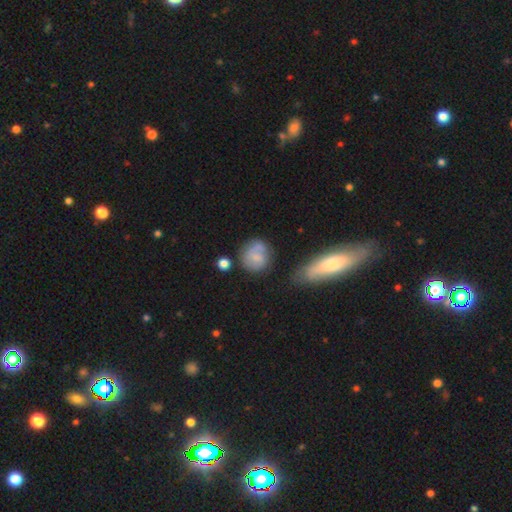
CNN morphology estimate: Smooth or featured? Predicted: smooth (p=0.65). How rounded? Predicted: round (p=0.79). Merging? Predicted: none (p=0.58).